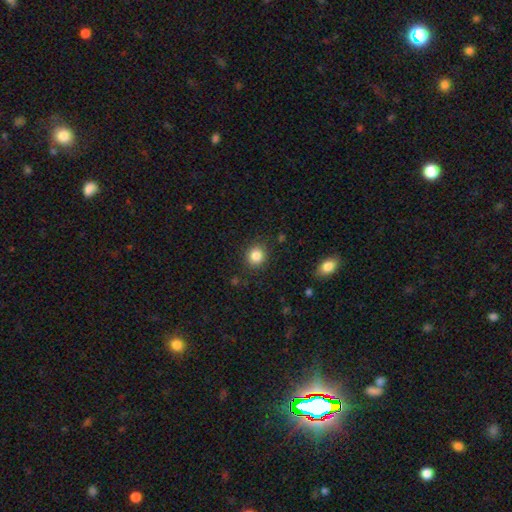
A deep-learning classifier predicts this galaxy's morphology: Smooth or featured?
  - smooth: 85% *
  - star or artifact: 10%
  - featured or disk: 5%
How rounded?
  - round: 85% *
  - in between: 14%
  - cigar-shaped: 1%
Merging?
  - none: 88% *
  - minor disturbance: 8%
  - major disturbance: 3%
  - merger: 1%